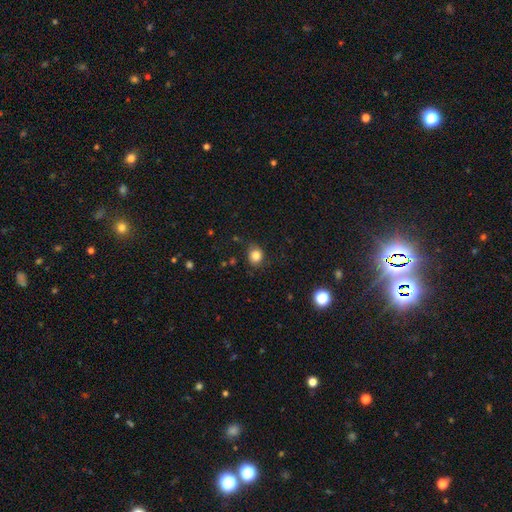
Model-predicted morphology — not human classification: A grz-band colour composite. It shows a smooth galaxy with no disk features (82%) that is round (72%). Merging: none (77%).